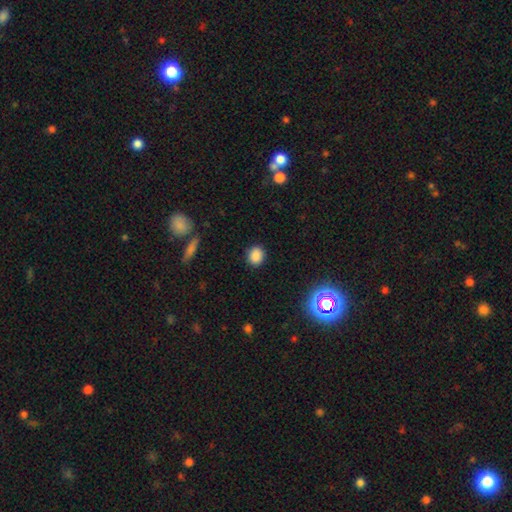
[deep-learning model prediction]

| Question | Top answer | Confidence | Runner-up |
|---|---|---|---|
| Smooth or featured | smooth | 85% | star or artifact (11%) |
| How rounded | round | 64% | in between (34%) |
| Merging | none | 87% | minor disturbance (9%) |